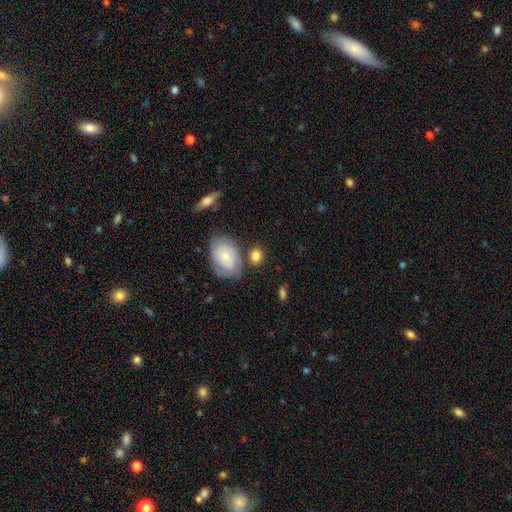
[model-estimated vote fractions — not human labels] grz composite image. It shows a smooth galaxy with no disk features (70%) that is in between round and cigar-shaped (55%). Merging: none (65%).